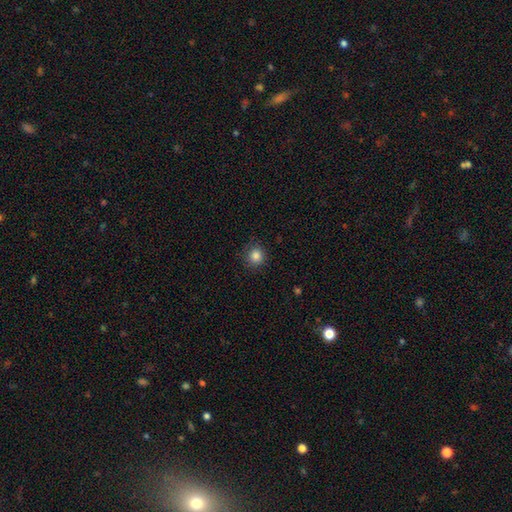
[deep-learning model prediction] This is clearly a smooth galaxy (85%). How rounded: clearly round (91%). Merging: clearly none (87%).